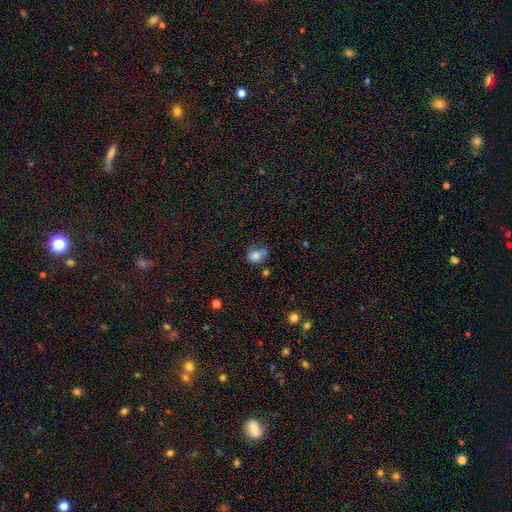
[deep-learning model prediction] smooth_or_featured: smooth (p=0.77) [alt: star or artifact p=0.12]
how_rounded: round (p=0.62) [alt: in between p=0.37]
merging: none (p=0.38) [alt: minor disturbance p=0.27]